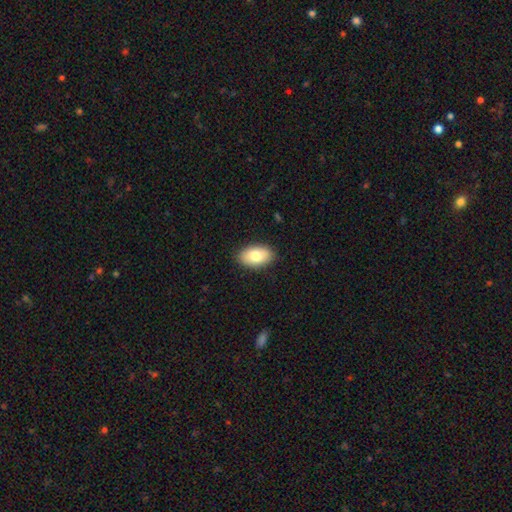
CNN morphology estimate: Q: Smooth or featured?
A: smooth (79%); runner-up: featured or disk (14%)
Q: How rounded?
A: in between (93%); runner-up: round (5%)
Q: Merging?
A: none (88%); runner-up: minor disturbance (9%)